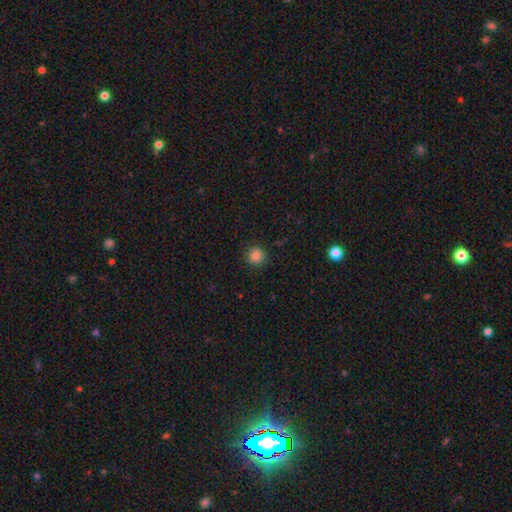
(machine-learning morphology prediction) type=smooth (85%); roundness=round (93%); merging=none (91%).